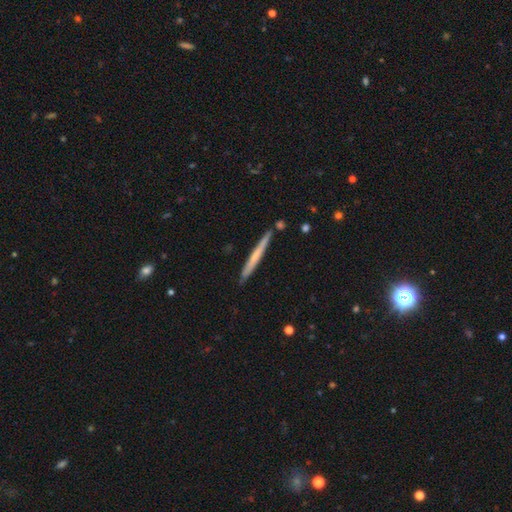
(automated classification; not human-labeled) Q: Smooth or featured?
A: smooth (51%); runner-up: featured or disk (44%)
Q: How rounded?
A: cigar-shaped (97%); runner-up: in between (2%)
Q: Merging?
A: none (88%); runner-up: minor disturbance (8%)